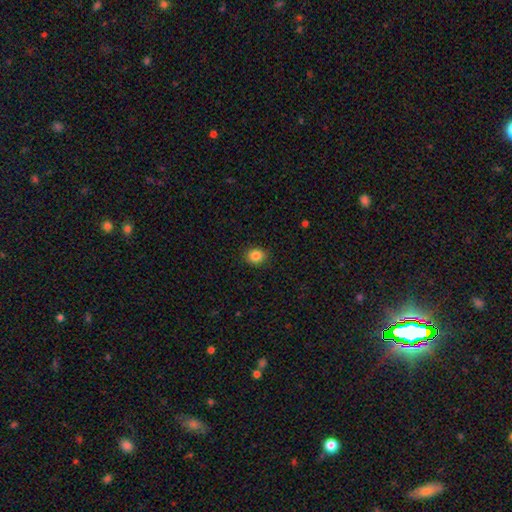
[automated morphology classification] smooth 85%, star or artifact 10%, featured or disk 4%. Down the decision tree: how rounded — round (74%); merging — none (90%).